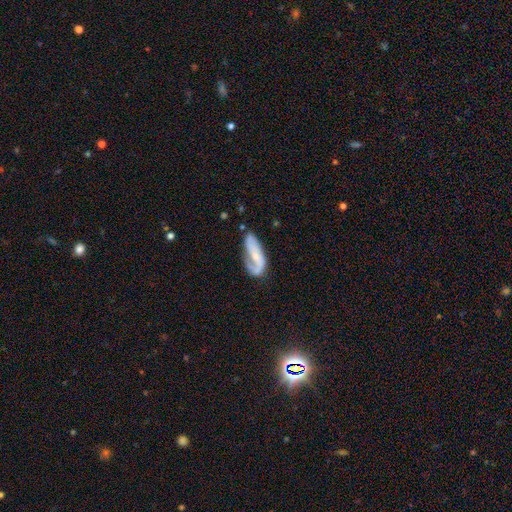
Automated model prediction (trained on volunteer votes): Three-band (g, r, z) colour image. It shows a featured or disk galaxy (58%) with no bar (56%), spiral arms (81%) and a small central bulge (54%). Merging: none (42%).